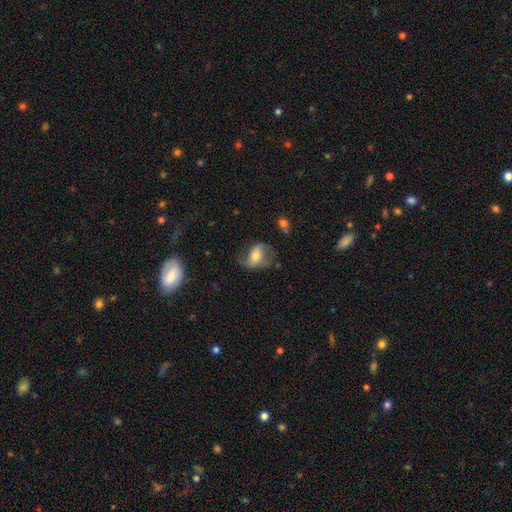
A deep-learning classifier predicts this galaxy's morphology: This is possibly a featured or disk galaxy (53%). It is clearly not viewed edge-on (94%). Merging: possibly none (52%).